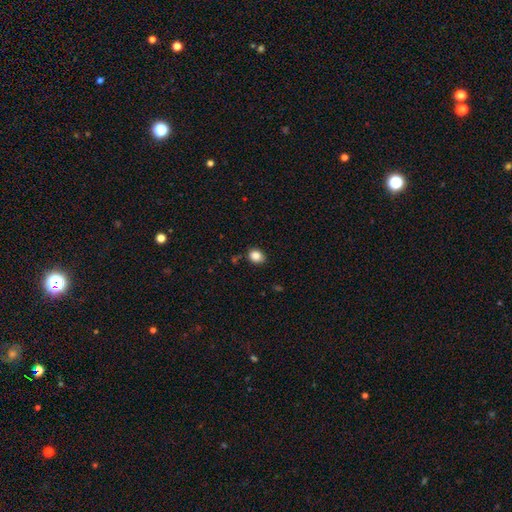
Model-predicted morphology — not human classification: Smooth or featured?
  - smooth: 86% *
  - star or artifact: 10%
  - featured or disk: 5%
How rounded?
  - round: 52% *
  - in between: 47%
  - cigar-shaped: 1%
Merging?
  - none: 84% *
  - minor disturbance: 11%
  - major disturbance: 2%
  - merger: 2%